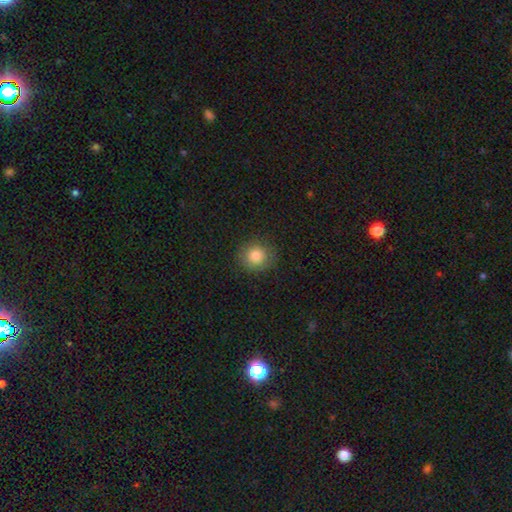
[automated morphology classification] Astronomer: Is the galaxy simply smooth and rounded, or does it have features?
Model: smooth — 82%.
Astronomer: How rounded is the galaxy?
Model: round — 90%.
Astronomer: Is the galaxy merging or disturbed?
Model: none — 87%.